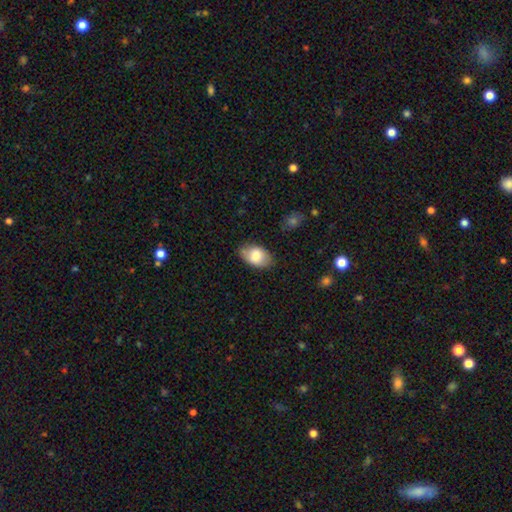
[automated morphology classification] Q: Smooth or featured?
A: smooth (78%); runner-up: featured or disk (15%)
Q: How rounded?
A: in between (91%); runner-up: round (8%)
Q: Merging?
A: none (80%); runner-up: minor disturbance (15%)